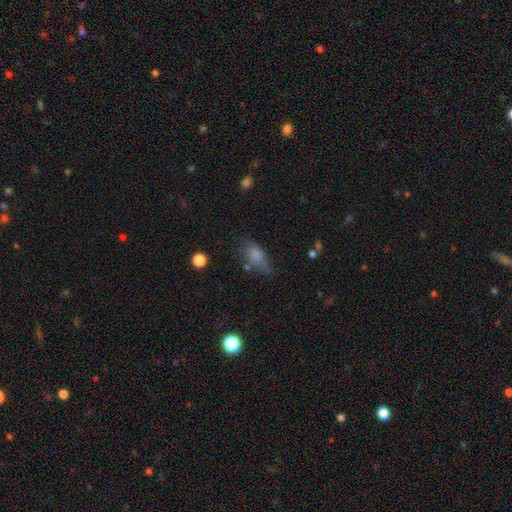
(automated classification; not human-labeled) A smooth galaxy with no disk features (78%) that is in between round and cigar-shaped (84%).

Vote fractions:
- Smooth or featured? smooth: 78% / star or artifact: 11% / featured or disk: 11%
- How rounded? in between: 84% / cigar-shaped: 8% / round: 7%
- Merging? none: 51% / minor disturbance: 30% / major disturbance: 13% / merger: 6%